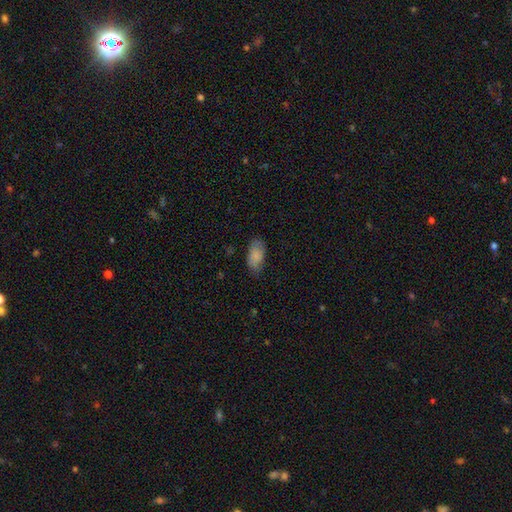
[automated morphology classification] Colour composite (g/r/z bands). It shows a smooth galaxy with no disk features (83%) that is in between round and cigar-shaped (94%). Merging: none (72%).